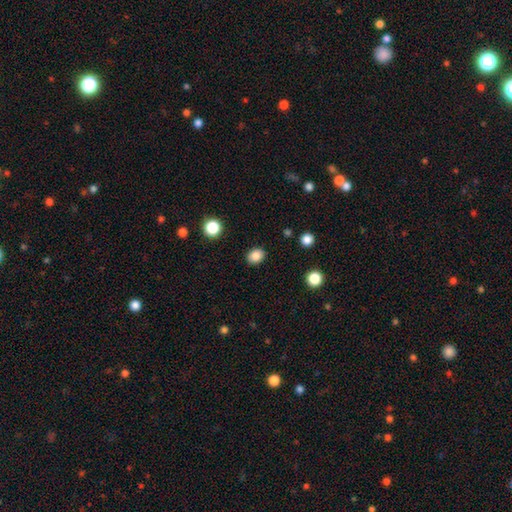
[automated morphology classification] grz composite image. It shows a smooth galaxy with no disk features (86%) that is in between round and cigar-shaped (56%). Merging: none (88%).